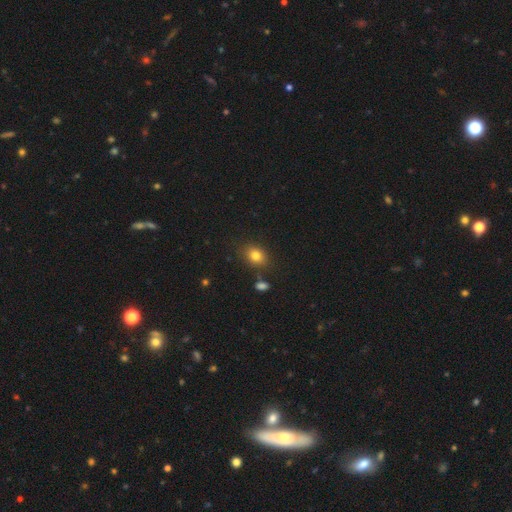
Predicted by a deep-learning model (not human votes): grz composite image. It shows a smooth galaxy with no disk features (81%) that is in between round and cigar-shaped (55%). Merging: none (81%).